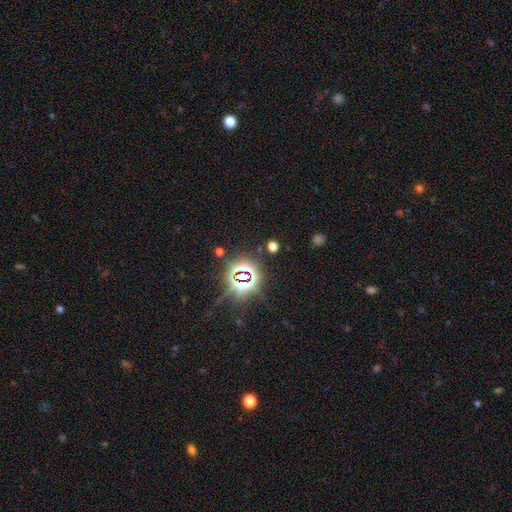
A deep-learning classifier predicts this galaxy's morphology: This is clearly a star or artifact rather than a galaxy (80%).